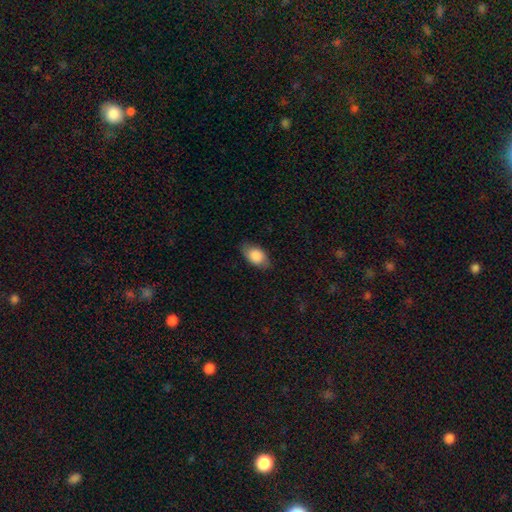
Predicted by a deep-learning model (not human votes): A smooth galaxy with no disk features (84%) that is in between round and cigar-shaped (91%).

Vote fractions:
- Smooth or featured? smooth: 84% / featured or disk: 9% / star or artifact: 6%
- How rounded? in between: 91% / round: 7% / cigar-shaped: 2%
- Merging? none: 80% / minor disturbance: 15% / major disturbance: 3% / merger: 1%